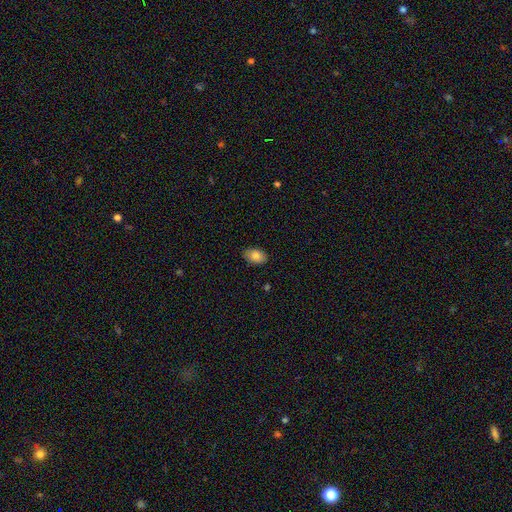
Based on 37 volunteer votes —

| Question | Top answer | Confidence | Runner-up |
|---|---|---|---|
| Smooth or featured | smooth | 89% | featured or disk (5%) |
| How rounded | in between | 97% | cigar-shaped (3%) |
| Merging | none | 89% | minor disturbance (11%) |